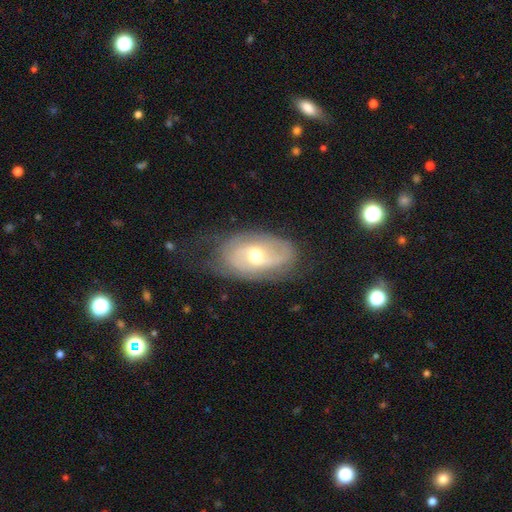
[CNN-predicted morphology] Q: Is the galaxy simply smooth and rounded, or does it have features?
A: featured or disk — 70%.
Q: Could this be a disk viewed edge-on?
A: no — 93%.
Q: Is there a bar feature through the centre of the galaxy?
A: no — 56%.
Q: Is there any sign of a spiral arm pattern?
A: yes — 80%.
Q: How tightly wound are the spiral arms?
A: tight — 39%.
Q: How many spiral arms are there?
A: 2 — 58%.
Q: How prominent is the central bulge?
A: moderate — 70%.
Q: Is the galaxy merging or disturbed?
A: none — 63%.